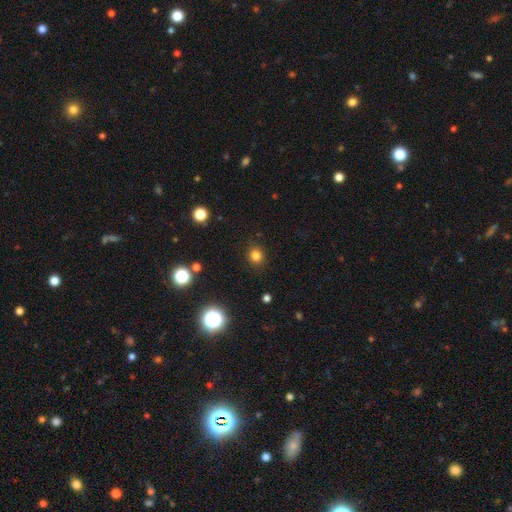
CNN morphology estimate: Smooth or featured: smooth — 80% (star or artifact — 15%)
How rounded: round — 76% (in between — 23%)
Merging: none — 89% (minor disturbance — 8%)